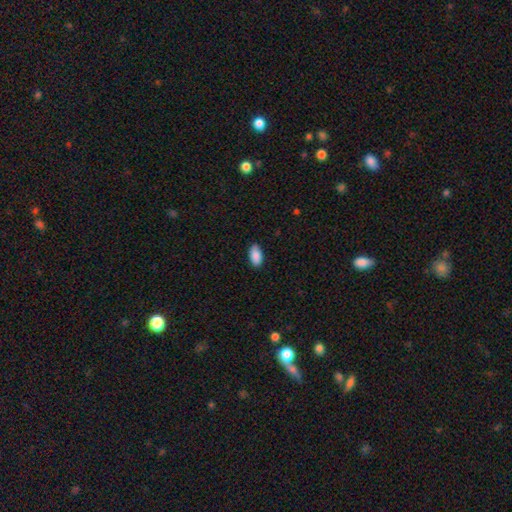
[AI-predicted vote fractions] Morphology: type=smooth (89%); roundness=in between (93%); merging=none (88%).